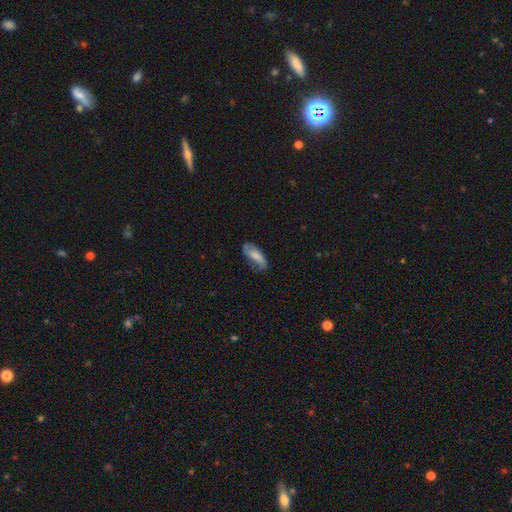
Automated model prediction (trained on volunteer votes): Morphology: type=smooth (73%); roundness=in between (72%); merging=none (51%).